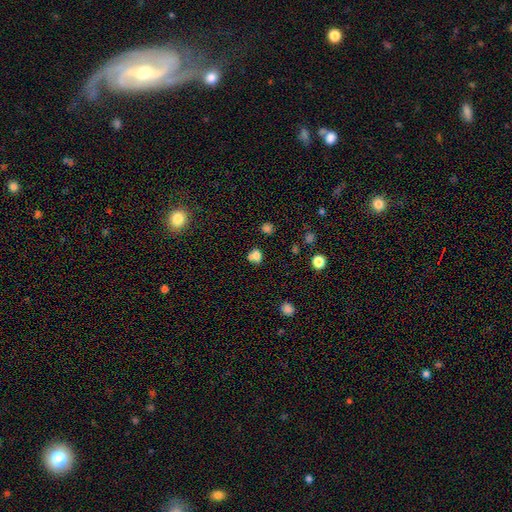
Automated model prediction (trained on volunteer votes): Q: Smooth or featured?
A: smooth (71%); runner-up: star or artifact (16%)
Q: How rounded?
A: round (58%); runner-up: in between (40%)
Q: Merging?
A: none (41%); runner-up: merger (40%)